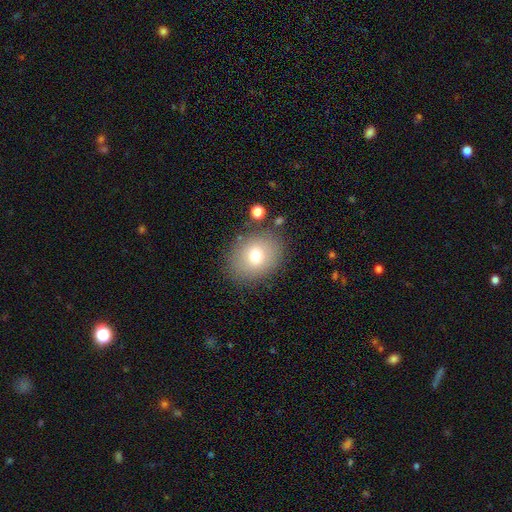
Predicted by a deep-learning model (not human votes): This is likely a smooth galaxy (73%). How rounded: possibly round (52%). Merging: clearly none (82%).